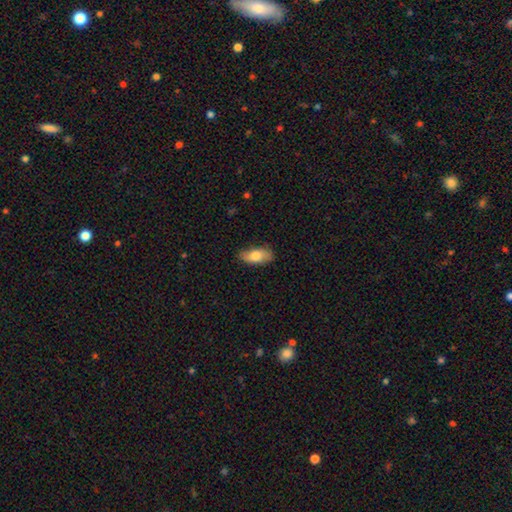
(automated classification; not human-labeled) A smooth galaxy with no disk features (77%) that is in between round and cigar-shaped (86%).

Vote fractions:
- Smooth or featured? smooth: 77% / featured or disk: 17% / star or artifact: 6%
- How rounded? in between: 86% / cigar-shaped: 11% / round: 3%
- Merging? none: 80% / minor disturbance: 16% / major disturbance: 3% / merger: 1%